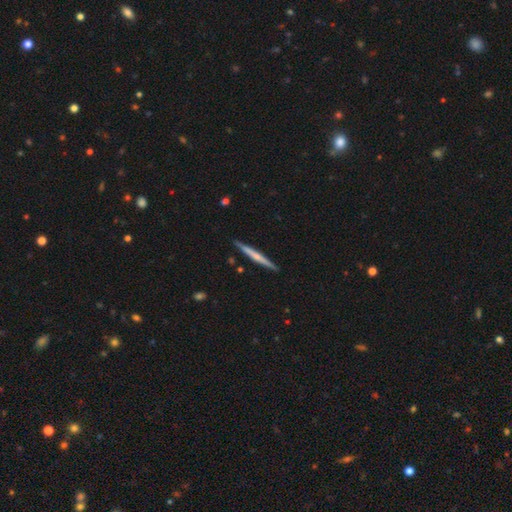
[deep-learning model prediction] Smooth or featured: featured or disk — 56% (smooth — 39%)
Edge-on disk: yes — 98% (no — 2%)
Edge-on bulge: none — 49% (rounded — 44%)
Merging: none — 91% (minor disturbance — 7%)